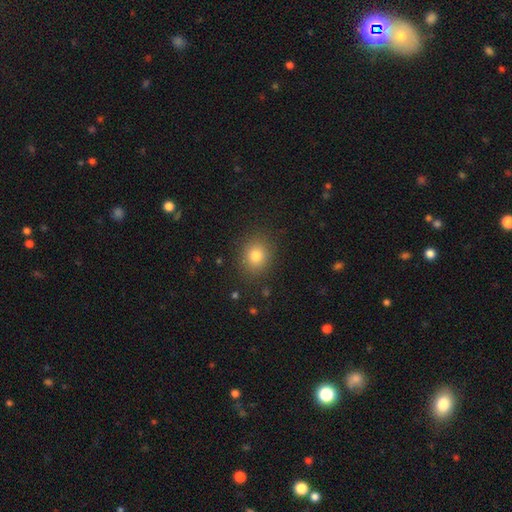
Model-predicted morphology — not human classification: Smooth or featured? smooth (80%)
How rounded? round (68%)
Merging? none (87%)